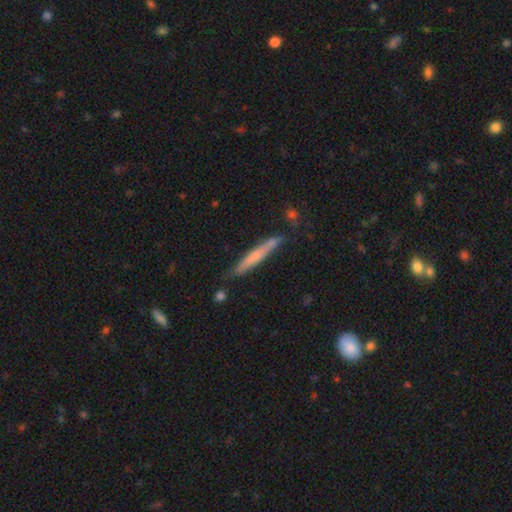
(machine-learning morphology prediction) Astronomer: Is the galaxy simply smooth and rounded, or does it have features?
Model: smooth — 54% (runner-up: featured or disk, 40%).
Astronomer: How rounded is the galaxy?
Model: cigar-shaped — 96%.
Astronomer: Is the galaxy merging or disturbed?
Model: none — 81%.